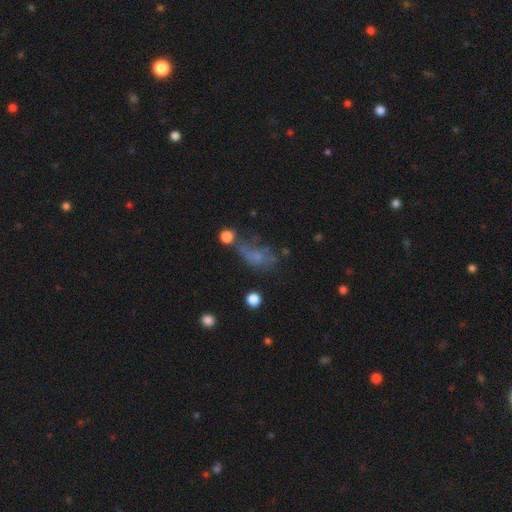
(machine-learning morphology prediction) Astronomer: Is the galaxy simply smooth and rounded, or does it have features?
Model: smooth — 51% (runner-up: featured or disk, 26%).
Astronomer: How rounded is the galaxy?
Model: in between — 71%.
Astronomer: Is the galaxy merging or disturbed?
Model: none — 32% (runner-up: major disturbance, 31%).